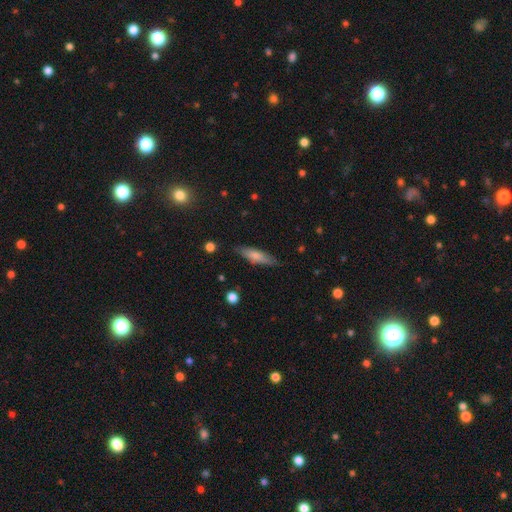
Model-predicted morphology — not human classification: type=smooth (69%); roundness=cigar-shaped (62%); merging=none (81%).